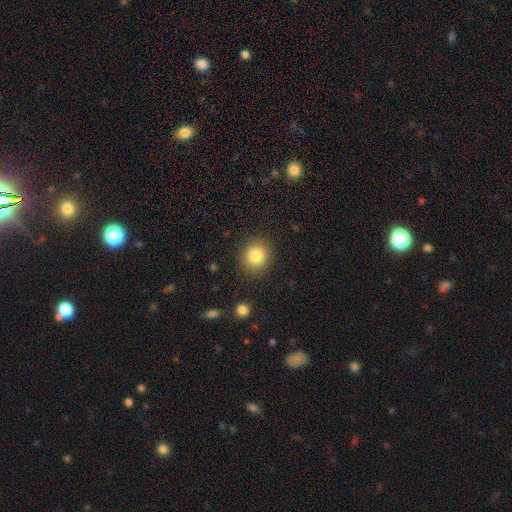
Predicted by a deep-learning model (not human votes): Morphology: type=smooth (84%); roundness=round (81%); merging=none (87%).